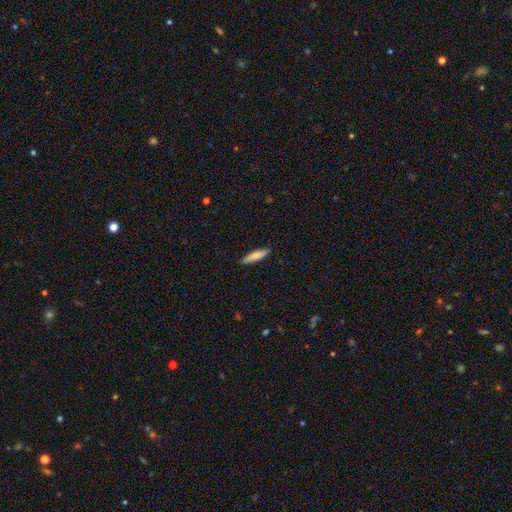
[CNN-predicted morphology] type=smooth (78%); roundness=cigar-shaped (80%); merging=none (89%).